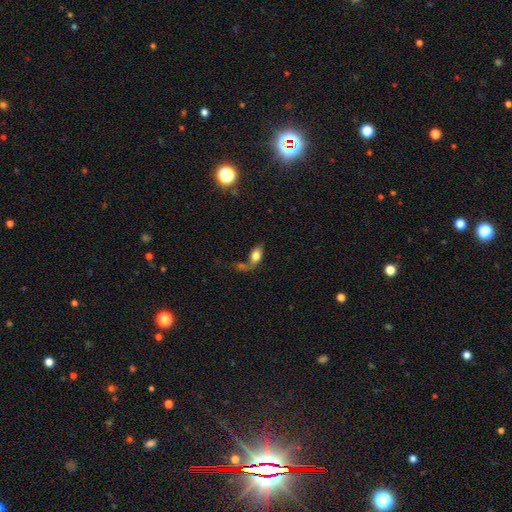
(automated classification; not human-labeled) Smooth or featured? Predicted: smooth (p=0.70). How rounded? Predicted: in between (p=0.86). Merging? Predicted: none (p=0.36).